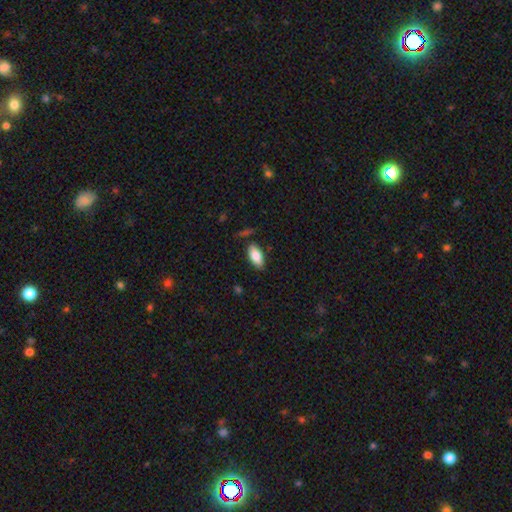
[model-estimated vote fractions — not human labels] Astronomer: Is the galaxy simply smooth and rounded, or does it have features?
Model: smooth — 83%.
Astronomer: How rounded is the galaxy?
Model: in between — 89%.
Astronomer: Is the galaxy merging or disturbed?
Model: none — 80%.